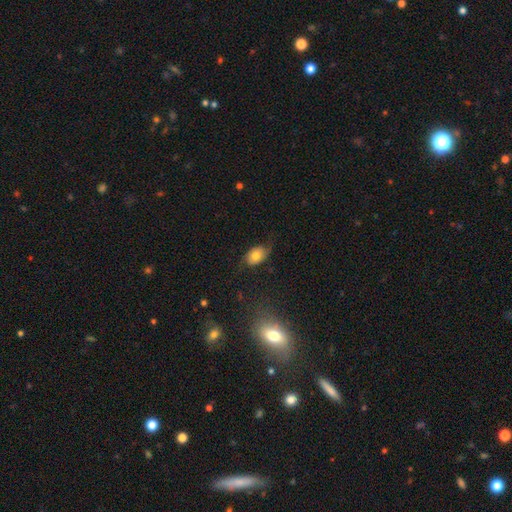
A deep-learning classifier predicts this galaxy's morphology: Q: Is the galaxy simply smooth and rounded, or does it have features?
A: smooth — 68%.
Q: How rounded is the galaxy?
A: in between — 85%.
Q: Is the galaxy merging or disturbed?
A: none — 58%.